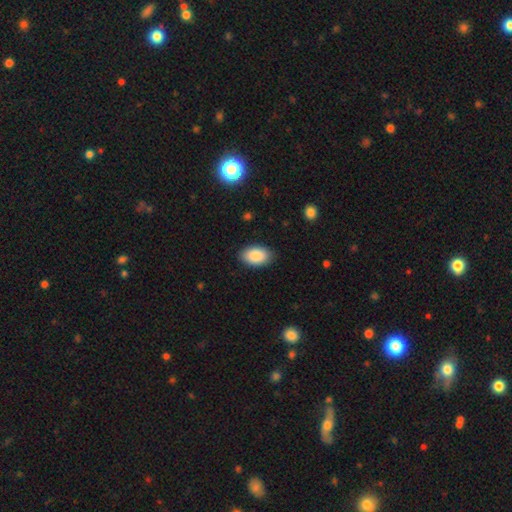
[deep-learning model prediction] This is clearly a smooth galaxy (89%). How rounded: clearly in between (93%). Merging: clearly none (86%).